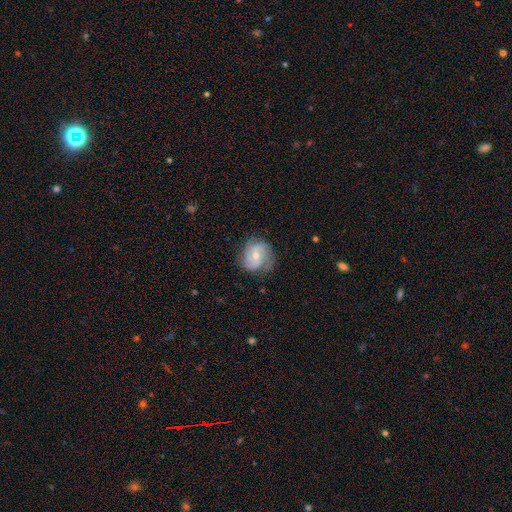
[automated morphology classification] Q: Smooth or featured?
A: featured or disk (74%); runner-up: smooth (19%)
Q: Edge-on disk?
A: no (98%); runner-up: yes (2%)
Q: Bar?
A: no (58%); runner-up: weak (35%)
Q: Spiral arms?
A: yes (94%); runner-up: no (6%)
Q: Spiral winding?
A: tight (44%); runner-up: medium (42%)
Q: Spiral arm count?
A: 3 (33%); runner-up: 2 (32%)
Q: Bulge size?
A: small (50%); runner-up: moderate (47%)
Q: Merging?
A: none (74%); runner-up: minor disturbance (19%)